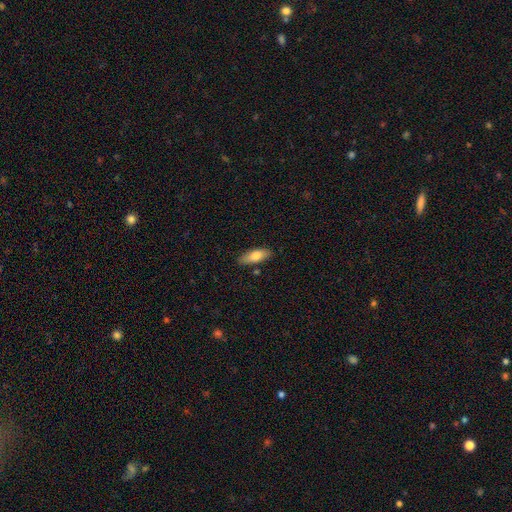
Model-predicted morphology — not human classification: smooth_or_featured: smooth (p=0.78) [alt: featured or disk p=0.16]
how_rounded: in between (p=0.72) [alt: cigar-shaped p=0.26]
merging: none (p=0.83) [alt: minor disturbance p=0.13]